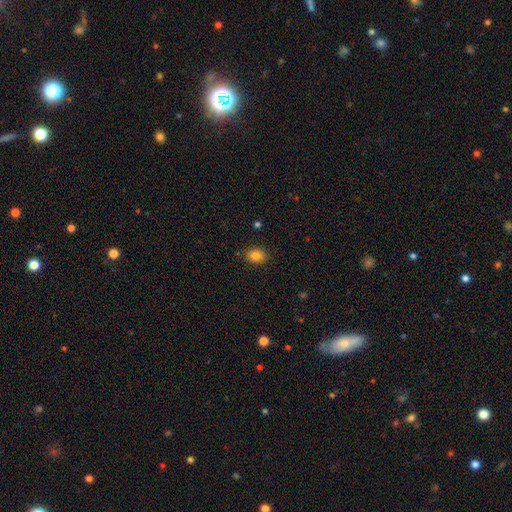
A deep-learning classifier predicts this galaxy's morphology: smooth 82%, star or artifact 11%, featured or disk 7%. Down the decision tree: how rounded — in between (58%); merging — none (87%).